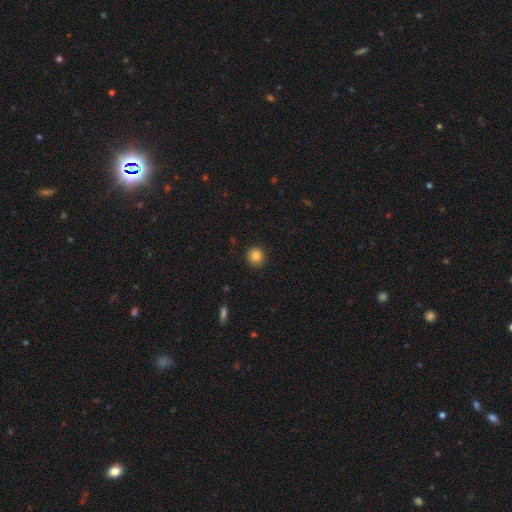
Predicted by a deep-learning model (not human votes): smooth 84%, star or artifact 11%, featured or disk 6%. Down the decision tree: how rounded — round (93%); merging — none (91%).